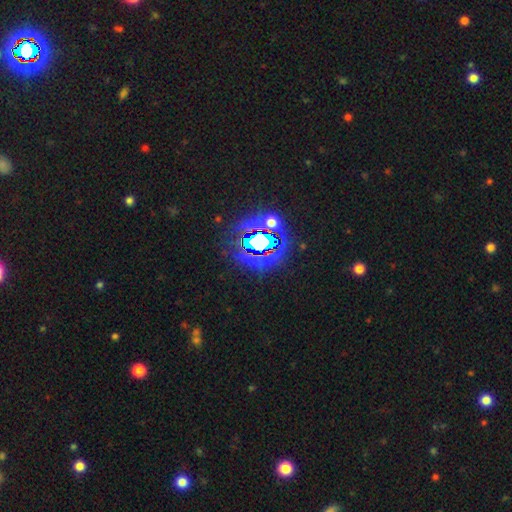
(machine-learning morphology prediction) Smooth or featured? star or artifact (84%)